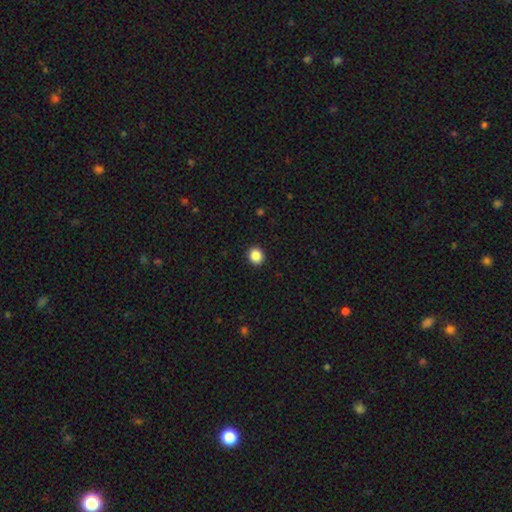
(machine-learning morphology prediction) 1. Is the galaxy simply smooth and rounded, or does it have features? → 88% smooth, 9% star or artifact, 3% featured or disk.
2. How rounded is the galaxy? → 83% round, 16% in between, 1% cigar-shaped.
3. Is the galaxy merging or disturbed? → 93% none, 5% minor disturbance, 2% major disturbance, 1% merger.